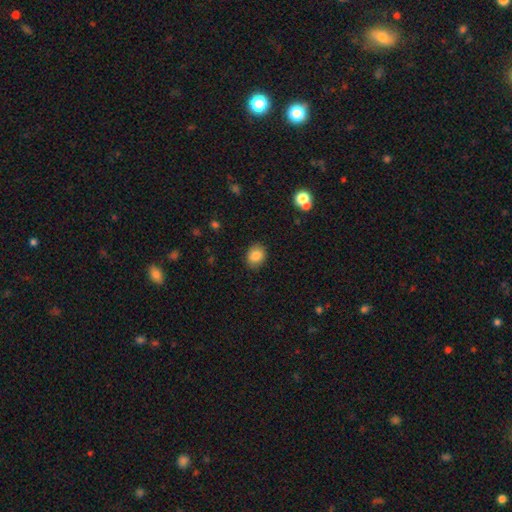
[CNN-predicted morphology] The model was most divided on "how rounded": round: 51%, in between: 48%, cigar-shaped: 1%. More confident: merging — none (87%); smooth or featured — smooth (85%).